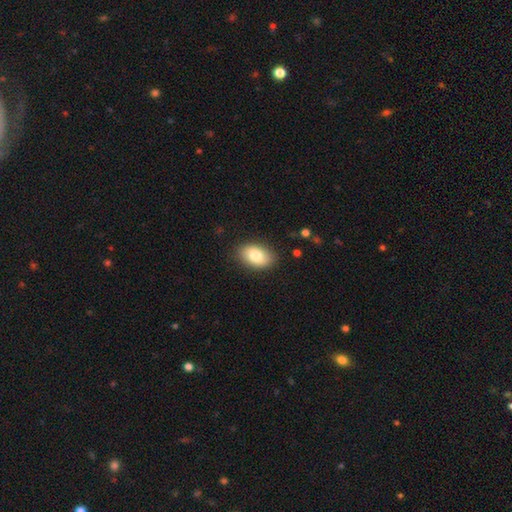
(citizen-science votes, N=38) This is clearly a smooth galaxy (92%). How rounded: clearly in between (89%). Merging: clearly none (86%).